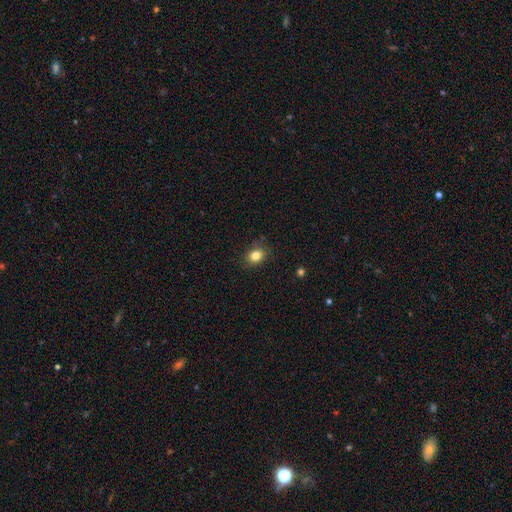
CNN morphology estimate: The model was most divided on "how rounded": round: 50%, in between: 49%, cigar-shaped: 1%. More confident: merging — none (83%); smooth or featured — smooth (83%).